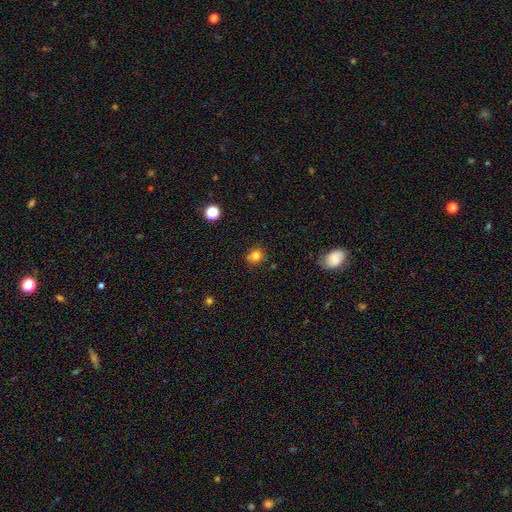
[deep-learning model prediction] Morphology: type=smooth (81%); roundness=round (85%); merging=none (85%).